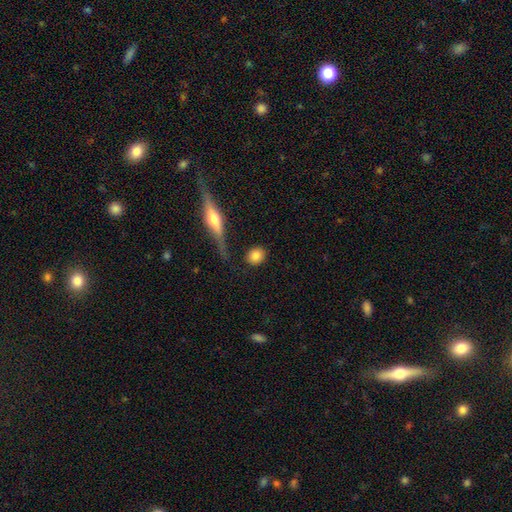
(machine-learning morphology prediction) This is clearly a smooth galaxy (82%). How rounded: likely round (72%). Merging: clearly none (83%).